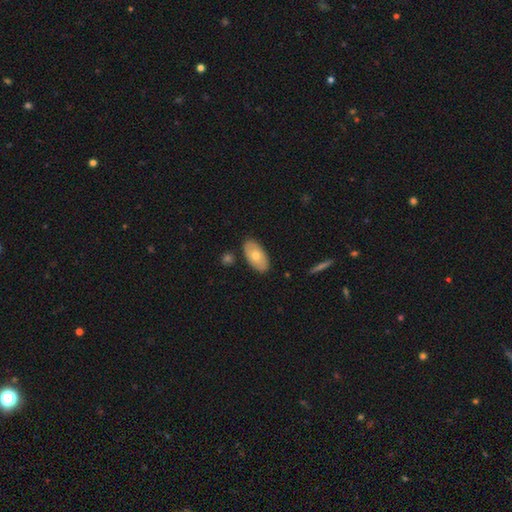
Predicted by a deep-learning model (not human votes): A smooth galaxy with no disk features (71%) that is in between round and cigar-shaped (95%). Merging: none (84%).